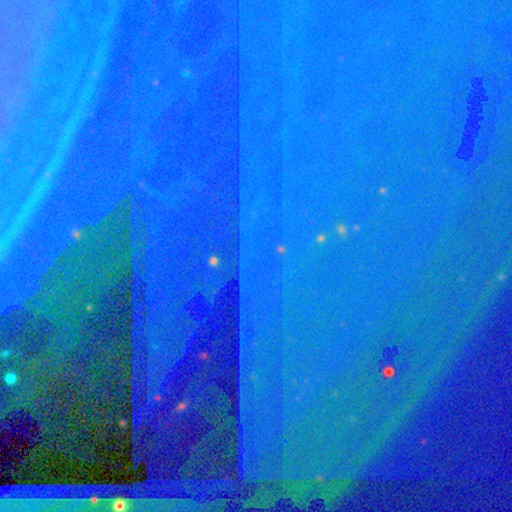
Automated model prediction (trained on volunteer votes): Morphology: type=star or artifact (88%).